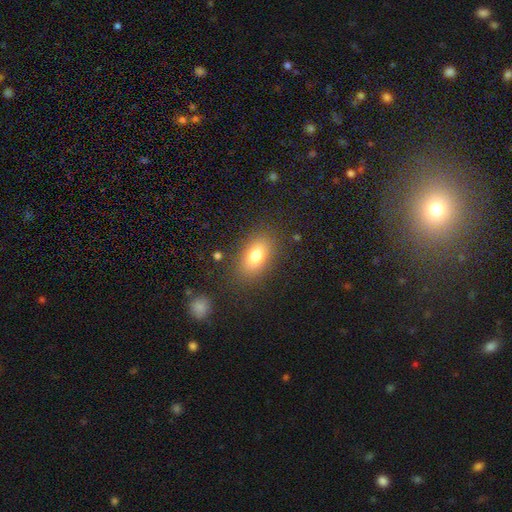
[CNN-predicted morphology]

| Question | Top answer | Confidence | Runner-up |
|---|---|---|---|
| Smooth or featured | smooth | 78% | featured or disk (12%) |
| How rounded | in between | 86% | round (10%) |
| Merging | none | 83% | minor disturbance (10%) |